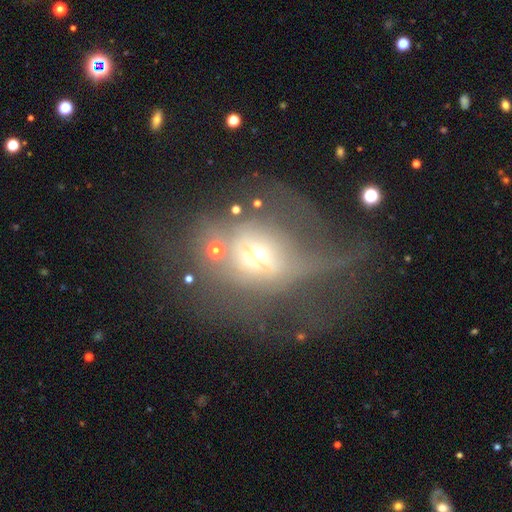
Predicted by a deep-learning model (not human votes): Q: Smooth or featured?
A: featured or disk (54%); runner-up: smooth (29%)
Q: Edge-on disk?
A: no (89%); runner-up: yes (11%)
Q: Merging?
A: major disturbance (52%); runner-up: none (22%)